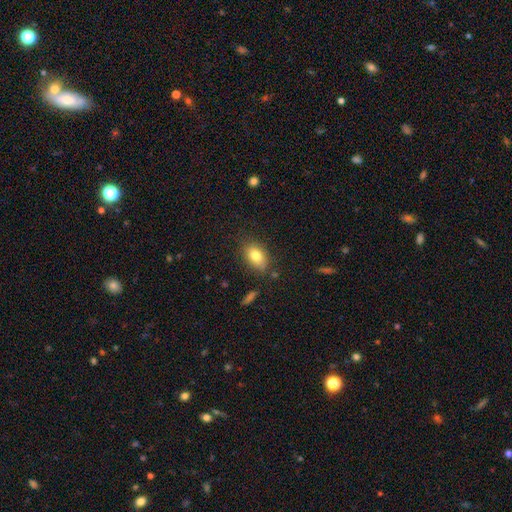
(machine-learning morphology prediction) type=smooth (80%); roundness=in between (84%); merging=none (77%).